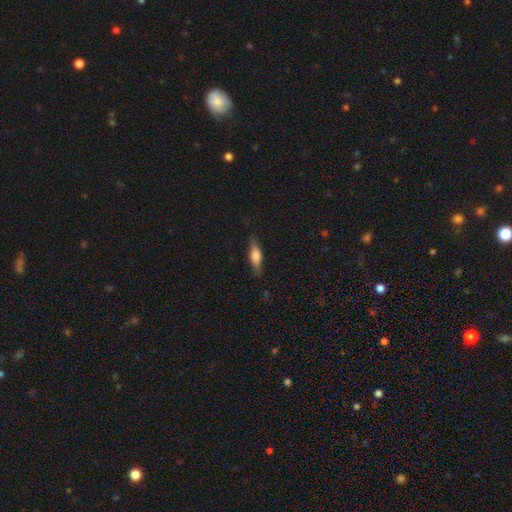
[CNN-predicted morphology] This is likely a smooth galaxy (62%). How rounded: possibly cigar-shaped (49%). Merging: clearly none (82%).